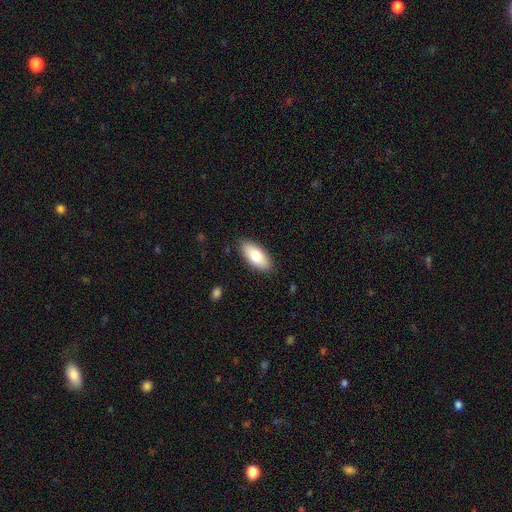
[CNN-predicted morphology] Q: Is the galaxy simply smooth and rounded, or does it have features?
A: smooth — 78%.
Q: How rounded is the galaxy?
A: in between — 89%.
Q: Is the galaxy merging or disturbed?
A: none — 87%.